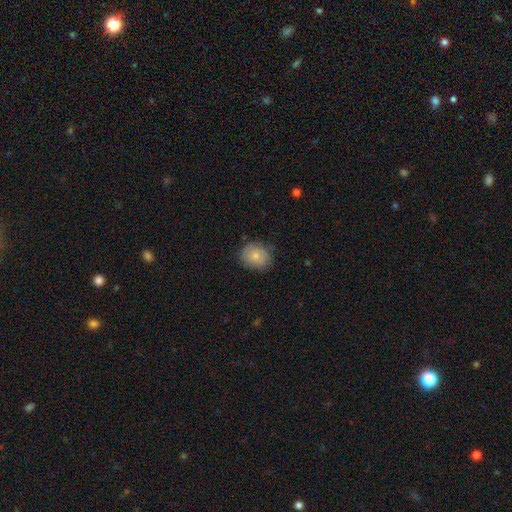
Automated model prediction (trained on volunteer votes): A smooth galaxy with no disk features (74%) that is round (61%). Merging: none (75%).